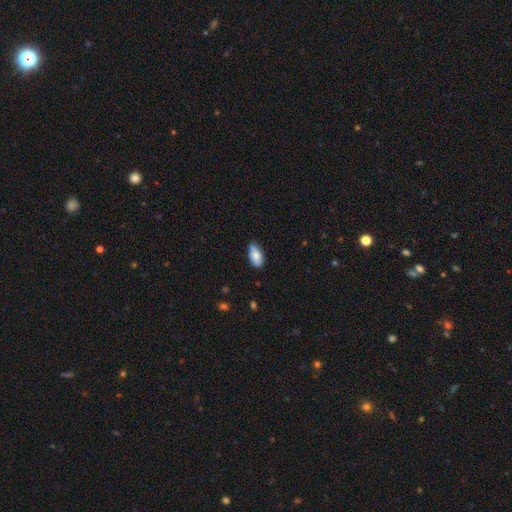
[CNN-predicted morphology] smooth-or-featured: smooth: 79% | featured or disk: 14% | star or artifact: 7%
  how-rounded: in between: 92% | cigar-shaped: 5% | round: 3%
  merging: none: 69% | minor disturbance: 26% | major disturbance: 3% | merger: 2%